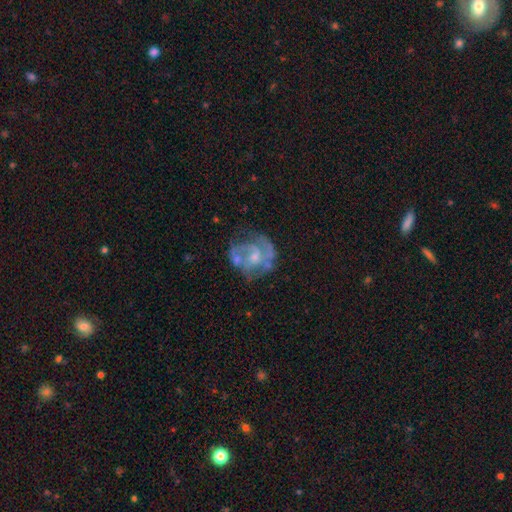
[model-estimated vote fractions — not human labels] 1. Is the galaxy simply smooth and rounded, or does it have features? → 78% featured or disk, 14% smooth, 8% star or artifact.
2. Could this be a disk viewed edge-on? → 98% no, 2% yes.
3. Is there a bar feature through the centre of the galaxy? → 66% no, 28% weak, 5% strong.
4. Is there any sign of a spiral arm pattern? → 77% yes, 23% no.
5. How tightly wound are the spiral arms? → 44% medium, 39% tight, 17% loose.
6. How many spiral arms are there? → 40% 2, 28% can't tell, 16% 3, 9% 1, 4% 4, 3% more than 4.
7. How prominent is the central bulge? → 45% small, 43% moderate, 8% none, 2% large, 1% dominant.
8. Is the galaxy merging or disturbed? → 53% none, 21% minor disturbance, 17% major disturbance, 9% merger.